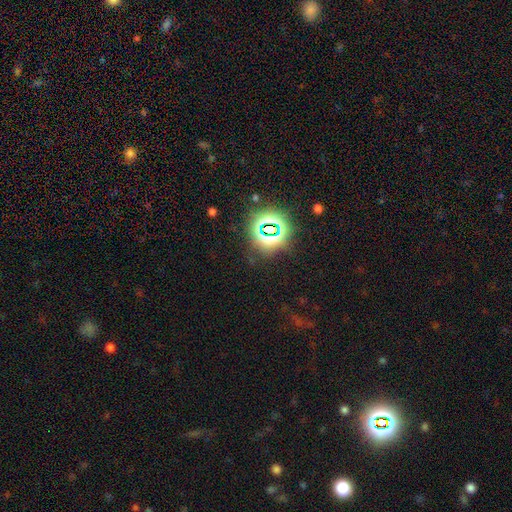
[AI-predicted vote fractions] A star or artifact, not a galaxy (79%).

Vote fractions:
- Smooth or featured? star or artifact: 79% / smooth: 13% / featured or disk: 8%